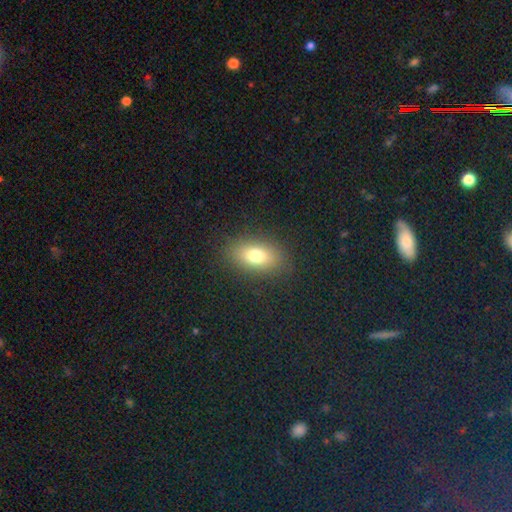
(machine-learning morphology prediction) This appears to be a smooth galaxy with no disk features (76%) that is in between round and cigar-shaped (84%). Merging: none (85%).